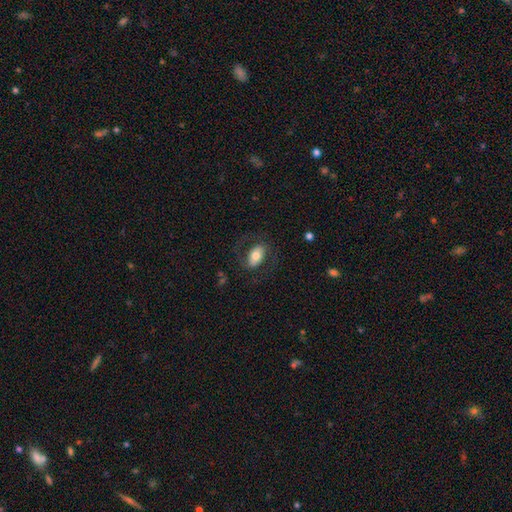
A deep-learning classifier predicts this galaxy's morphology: A smooth galaxy with no disk features (58%) that is in between round and cigar-shaped (90%). Merging: none (69%).